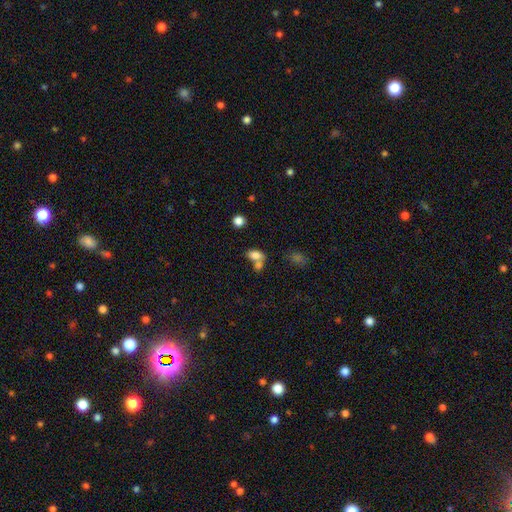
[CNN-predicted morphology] type=smooth (79%); roundness=in between (85%); merging=merger (47%).